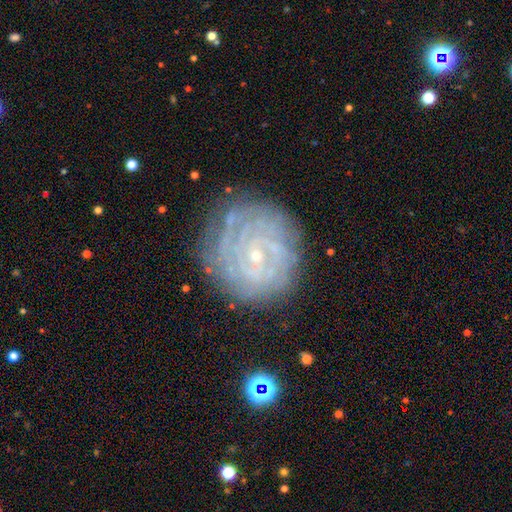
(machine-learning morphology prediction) Smooth or featured: featured or disk — 81% (smooth — 11%)
Edge-on disk: no — 97% (yes — 3%)
Bar: no — 62% (weak — 30%)
Spiral arms: yes — 93% (no — 7%)
Spiral winding: tight — 83% (medium — 14%)
Spiral arm count: can't tell — 38% (4 — 16%)
Bulge size: small — 86% (moderate — 10%)
Merging: none — 77% (minor disturbance — 15%)